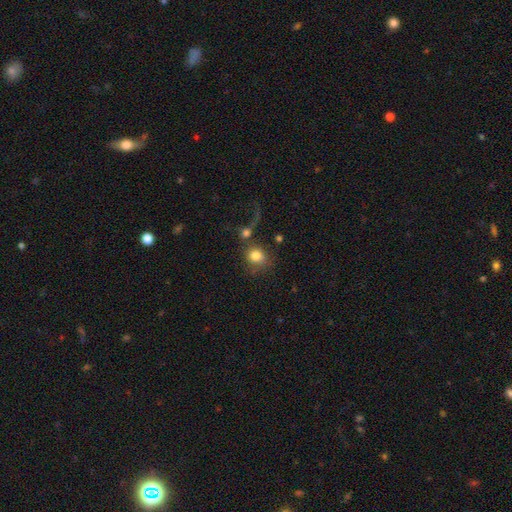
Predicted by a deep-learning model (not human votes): A smooth galaxy with no disk features (78%) that is round (77%).

Vote fractions:
- Smooth or featured? smooth: 78% / featured or disk: 12% / star or artifact: 10%
- How rounded? round: 77% / in between: 22% / cigar-shaped: 1%
- Merging? none: 40% / merger: 31% / major disturbance: 18% / minor disturbance: 11%